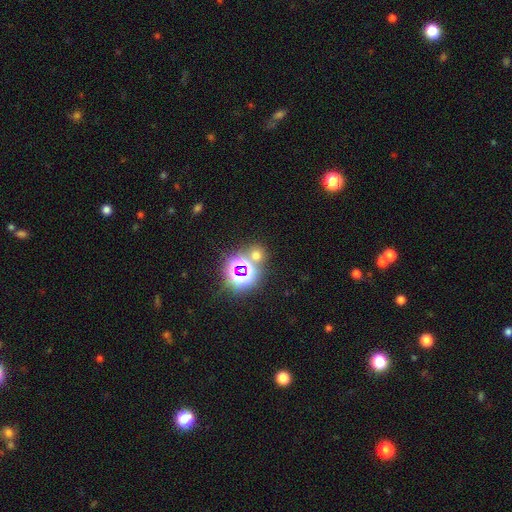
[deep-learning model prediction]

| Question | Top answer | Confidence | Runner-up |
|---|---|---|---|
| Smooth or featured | star or artifact | 47% | smooth (45%) |